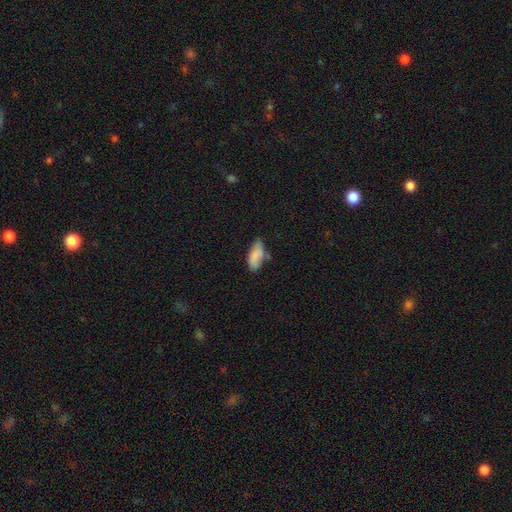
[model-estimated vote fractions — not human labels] A smooth galaxy with no disk features (82%) that is in between round and cigar-shaped (86%). Merging: none (54%).